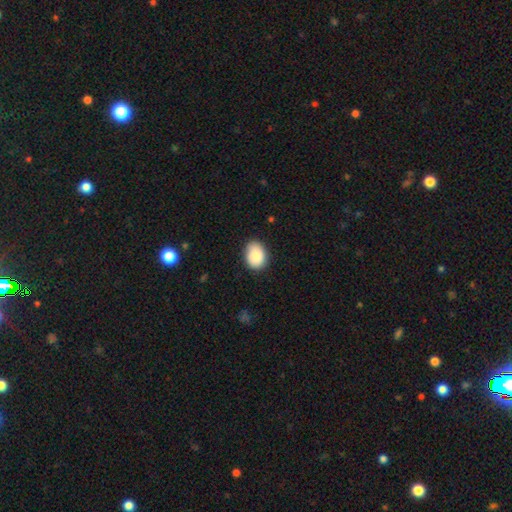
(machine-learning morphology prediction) This appears to be a smooth galaxy with no disk features (87%) that is in between round and cigar-shaped (68%). Merging: none (83%).